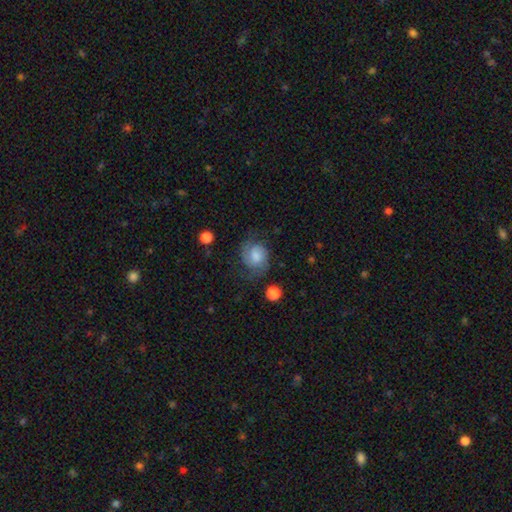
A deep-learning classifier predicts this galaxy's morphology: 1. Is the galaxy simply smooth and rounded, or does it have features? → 48% featured or disk, 43% smooth, 9% star or artifact.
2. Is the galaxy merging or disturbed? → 59% none, 24% minor disturbance, 15% major disturbance, 2% merger.